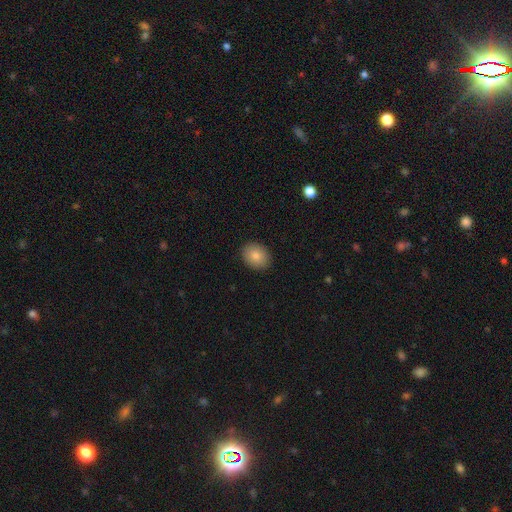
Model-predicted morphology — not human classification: The model was most divided on "how rounded": in between: 55%, round: 44%, cigar-shaped: 1%. More confident: merging — none (90%); smooth or featured — smooth (84%).